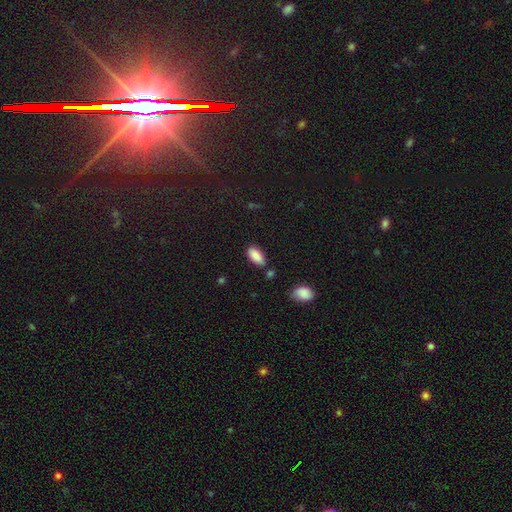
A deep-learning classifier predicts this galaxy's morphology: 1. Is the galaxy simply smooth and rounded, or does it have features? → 88% smooth, 7% star or artifact, 5% featured or disk.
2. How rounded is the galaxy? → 89% in between, 9% cigar-shaped, 2% round.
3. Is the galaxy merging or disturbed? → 77% none, 15% minor disturbance, 5% merger, 3% major disturbance.